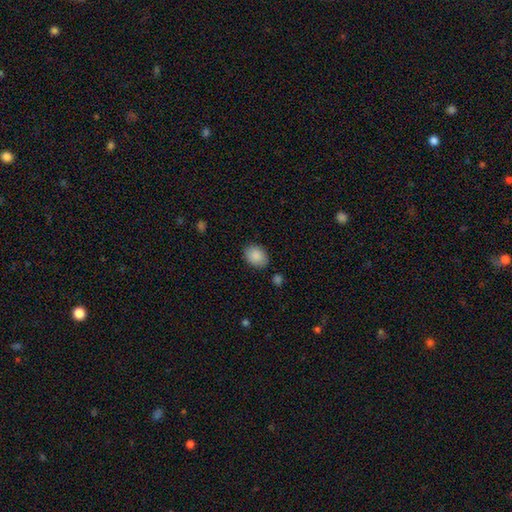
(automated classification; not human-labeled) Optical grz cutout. It shows a smooth galaxy with no disk features (88%) that is in between round and cigar-shaped (66%). Merging: none (83%).